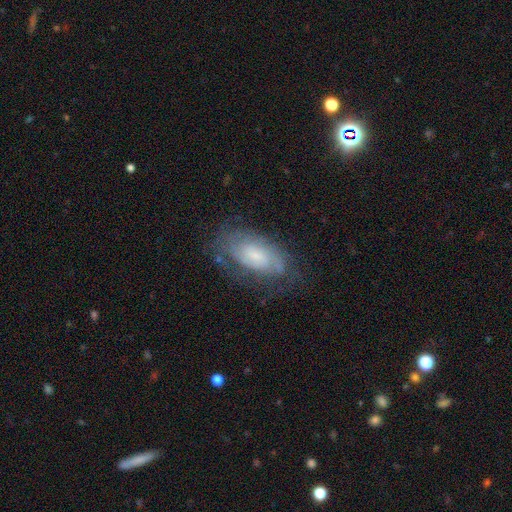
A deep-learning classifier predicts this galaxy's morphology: type=featured or disk (62%); edge-on=no (93%); bar=no (60%); spiral arms=yes (82%); bulge=small (51%); merging=none (64%).